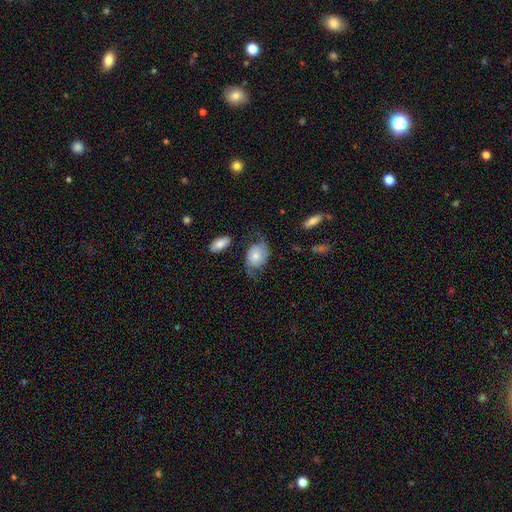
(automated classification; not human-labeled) A featured or disk galaxy (48%). Merging: none (45%).